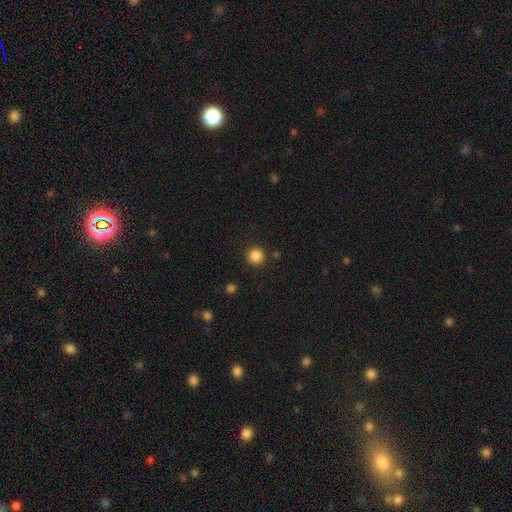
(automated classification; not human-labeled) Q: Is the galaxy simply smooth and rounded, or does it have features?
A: smooth — 85%.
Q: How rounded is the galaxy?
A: round — 95%.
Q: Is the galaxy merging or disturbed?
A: none — 91%.